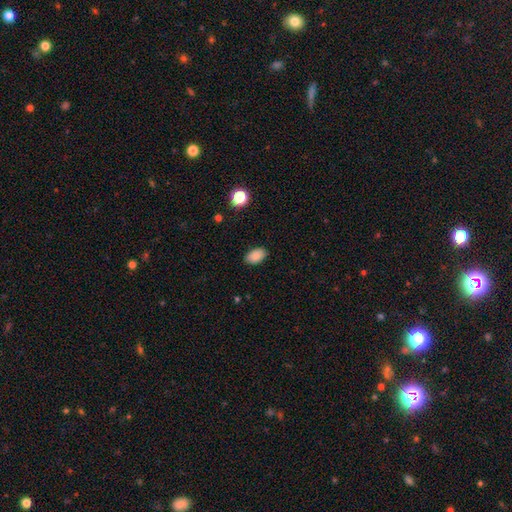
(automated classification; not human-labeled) Smooth or featured? smooth (87%)
How rounded? in between (91%)
Merging? none (87%)